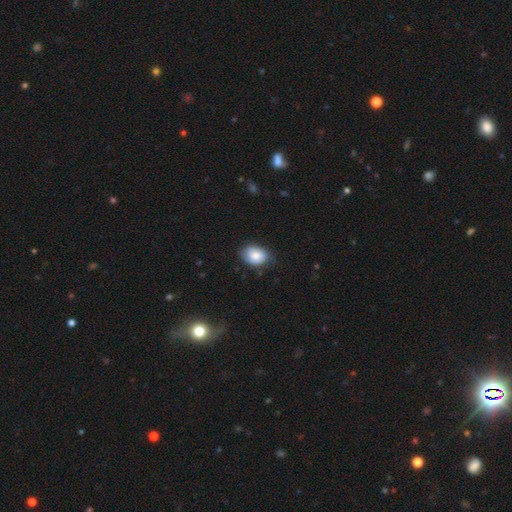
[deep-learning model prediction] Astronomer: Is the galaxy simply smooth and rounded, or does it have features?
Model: smooth — 79%.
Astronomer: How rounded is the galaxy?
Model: in between — 70%.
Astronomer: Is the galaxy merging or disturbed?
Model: none — 72%.